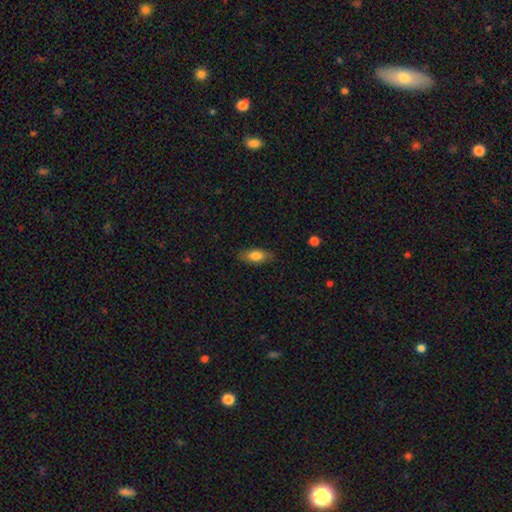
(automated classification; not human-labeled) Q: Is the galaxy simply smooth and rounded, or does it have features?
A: smooth — 78%.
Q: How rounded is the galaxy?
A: in between — 82%.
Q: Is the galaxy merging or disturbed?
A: none — 84%.